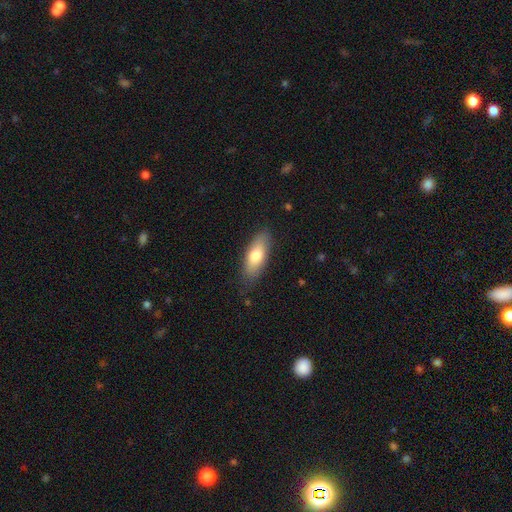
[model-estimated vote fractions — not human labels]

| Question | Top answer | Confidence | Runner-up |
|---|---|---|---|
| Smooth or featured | smooth | 75% | featured or disk (19%) |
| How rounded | in between | 74% | cigar-shaped (24%) |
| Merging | none | 82% | minor disturbance (14%) |